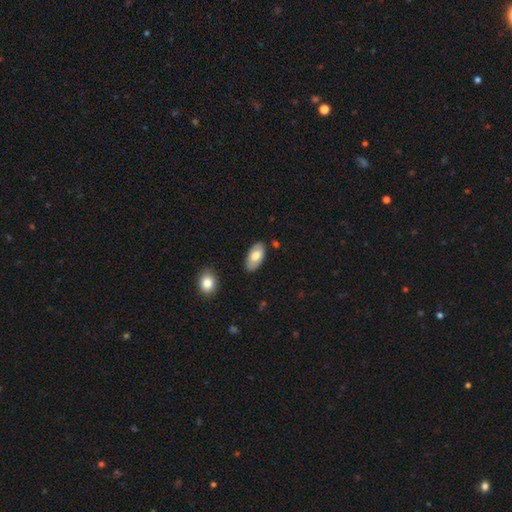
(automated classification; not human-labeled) Smooth or featured: smooth — 71% (featured or disk — 23%)
How rounded: in between — 95% (round — 3%)
Merging: none — 82% (minor disturbance — 14%)